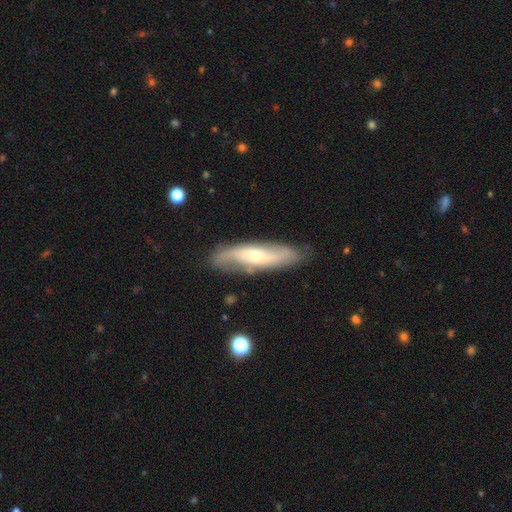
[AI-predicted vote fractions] This appears to be a featured or disk galaxy (66%). Merging: none (77%).